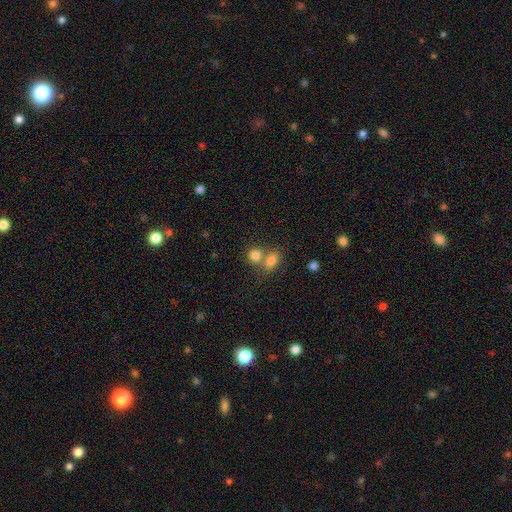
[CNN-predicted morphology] Smooth or featured? Predicted: smooth (p=0.81). How rounded? Predicted: round (p=0.63). Merging? Predicted: merger (p=0.49).